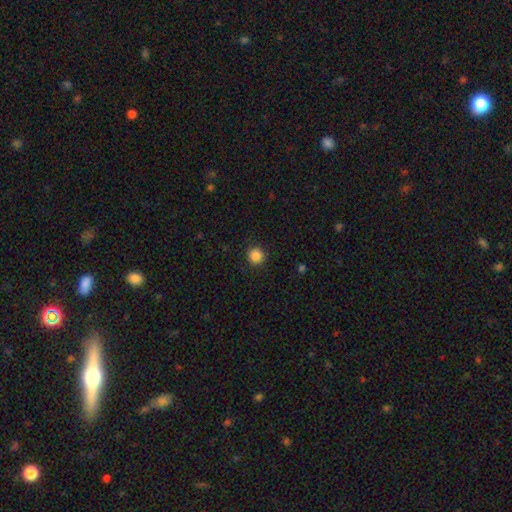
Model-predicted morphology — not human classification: type=smooth (87%); roundness=round (94%); merging=none (92%).